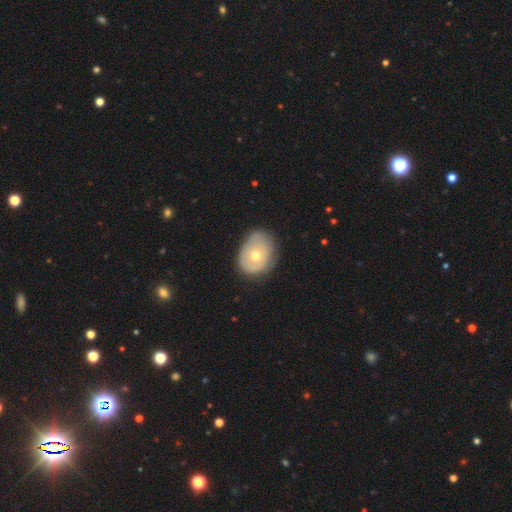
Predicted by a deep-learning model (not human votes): This is possibly a smooth galaxy (51%). How rounded: possibly in between (56%). Merging: likely none (62%).